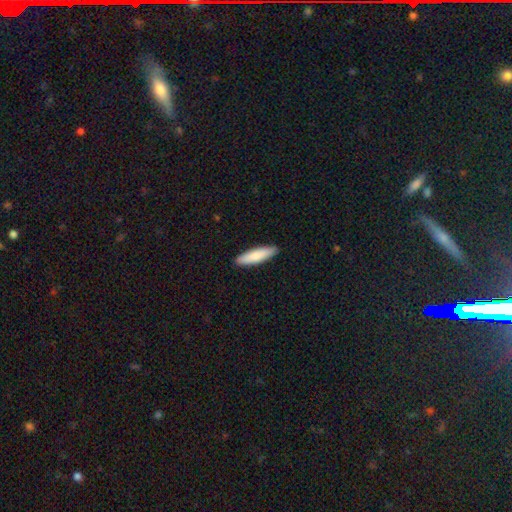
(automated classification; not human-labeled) smooth 83%, featured or disk 12%, star or artifact 5%. Down the decision tree: how rounded — cigar-shaped (71%); merging — none (91%).